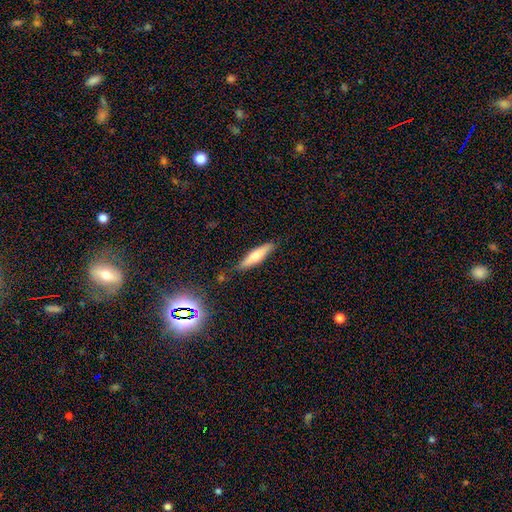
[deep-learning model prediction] Overall: smooth (65%; featured or disk 28%). How rounded: cigar-shaped (78%). Merging: none (82%).